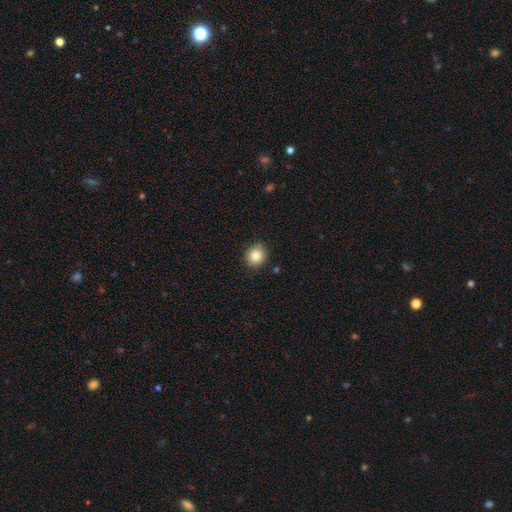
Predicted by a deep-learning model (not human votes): Overall: smooth (83%). How rounded: round (77%). Merging: none (87%).